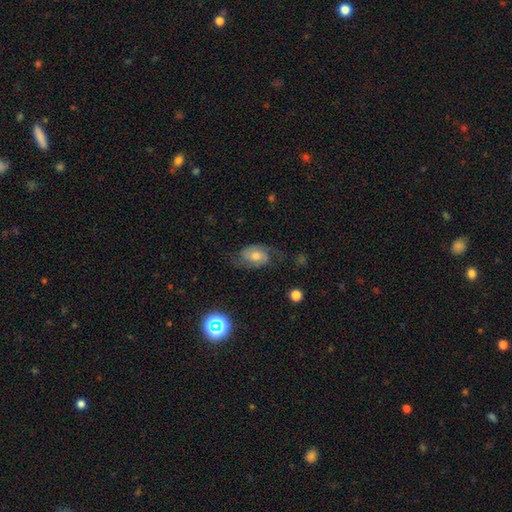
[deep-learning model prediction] smooth_or_featured: featured or disk (p=0.64) [alt: smooth p=0.25]
disk_edge_on: no (p=0.96) [alt: yes p=0.04]
bar: no (p=0.65) [alt: weak p=0.28]
has_spiral_arms: yes (p=0.89) [alt: no p=0.11]
spiral_winding: medium (p=0.45) [alt: loose p=0.34]
spiral_arm_count: 2 (p=0.85) [alt: can't tell p=0.07]
bulge_size: moderate (p=0.63) [alt: small p=0.24]
merging: none (p=0.63) [alt: minor disturbance p=0.20]